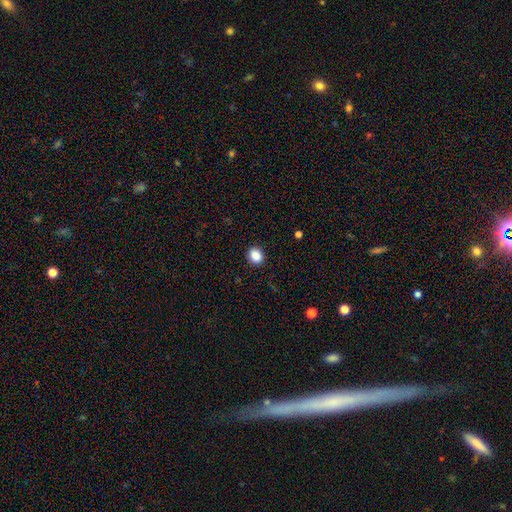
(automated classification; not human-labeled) Smooth or featured: smooth — 88% (star or artifact — 9%)
How rounded: round — 57% (in between — 42%)
Merging: none — 90% (minor disturbance — 7%)